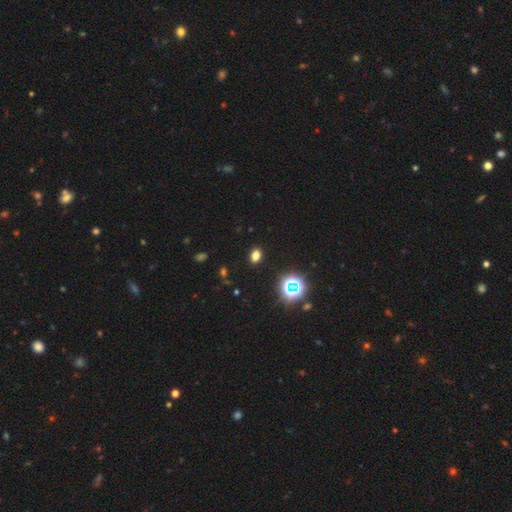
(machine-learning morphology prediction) Smooth or featured? smooth (71%)
How rounded? in between (75%)
Merging? none (88%)